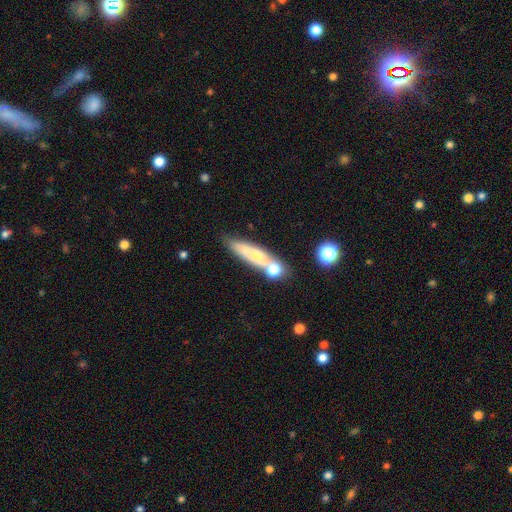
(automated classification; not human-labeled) Smooth or featured? smooth (52%)
How rounded? cigar-shaped (68%)
Merging? none (52%)